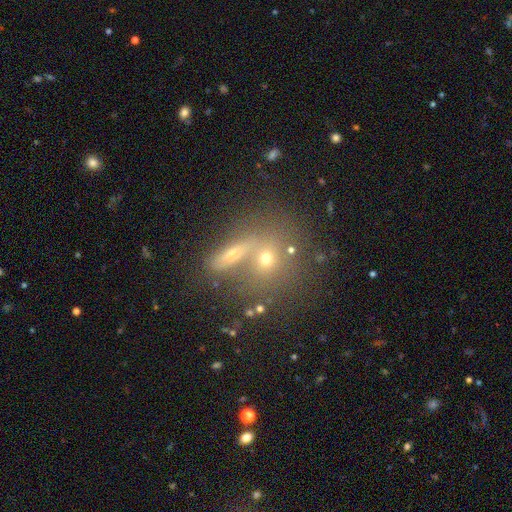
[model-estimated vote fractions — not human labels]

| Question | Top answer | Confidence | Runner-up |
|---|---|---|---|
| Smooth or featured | smooth | 47% | featured or disk (30%) |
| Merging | merger | 58% | none (30%) |